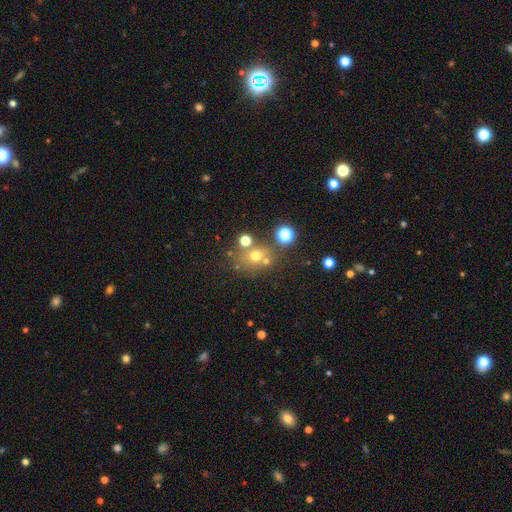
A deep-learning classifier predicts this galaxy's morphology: A smooth galaxy with no disk features (63%) that is round (69%). Merging: none (62%).